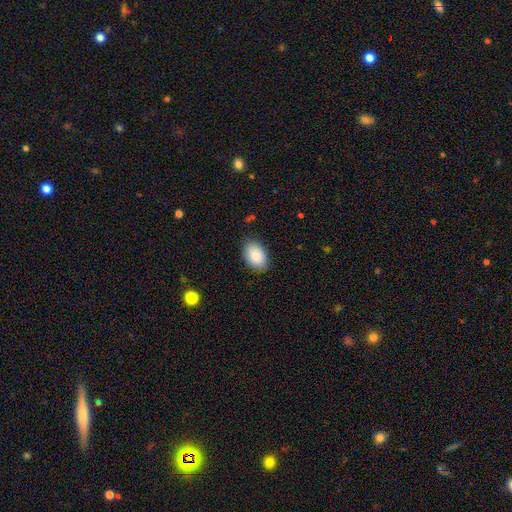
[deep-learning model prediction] Overall: smooth (86%). How rounded: in between (88%). Merging: none (85%).